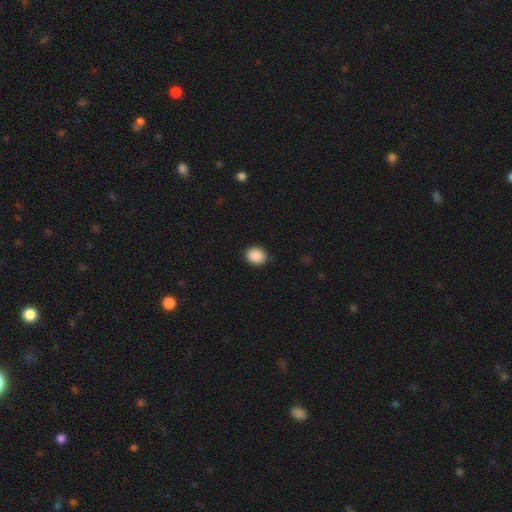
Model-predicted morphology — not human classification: Smooth or featured? Predicted: smooth (p=0.89). How rounded? Predicted: round (p=0.62). Merging? Predicted: none (p=0.89).